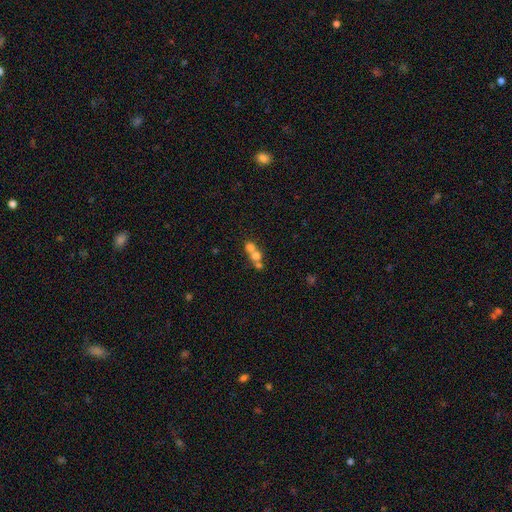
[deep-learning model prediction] A smooth galaxy with no disk features (64%) that is round (71%).

Vote fractions:
- Smooth or featured? smooth: 64% / featured or disk: 22% / star or artifact: 14%
- How rounded? round: 71% / in between: 27% / cigar-shaped: 2%
- Merging? merger: 66% / none: 26% / minor disturbance: 5% / major disturbance: 4%